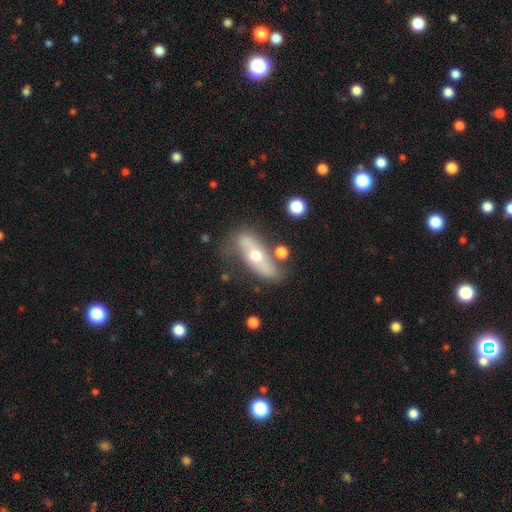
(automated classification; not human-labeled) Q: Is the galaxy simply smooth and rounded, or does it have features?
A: featured or disk — 56%.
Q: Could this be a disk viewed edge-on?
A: no — 65%.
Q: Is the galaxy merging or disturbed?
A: none — 61%.